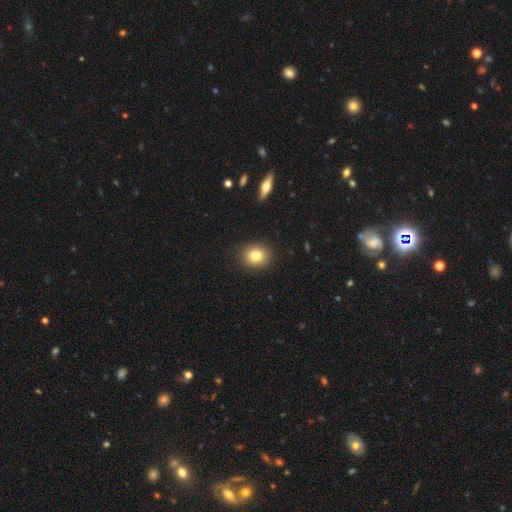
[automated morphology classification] This is clearly a smooth galaxy (81%). How rounded: likely round (69%). Merging: clearly none (88%).